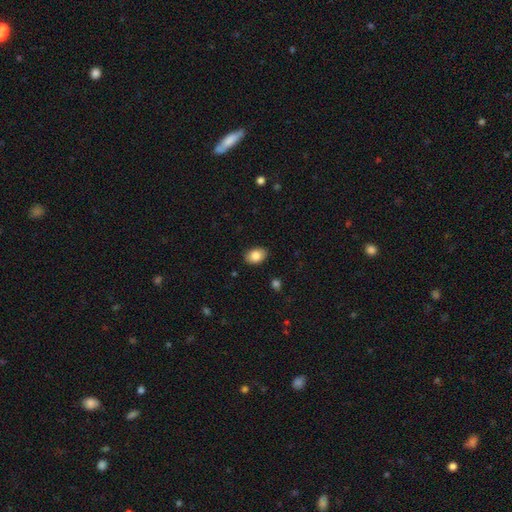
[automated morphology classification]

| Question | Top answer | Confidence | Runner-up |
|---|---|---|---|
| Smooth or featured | smooth | 85% | featured or disk (8%) |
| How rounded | in between | 82% | round (17%) |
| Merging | none | 88% | minor disturbance (9%) |